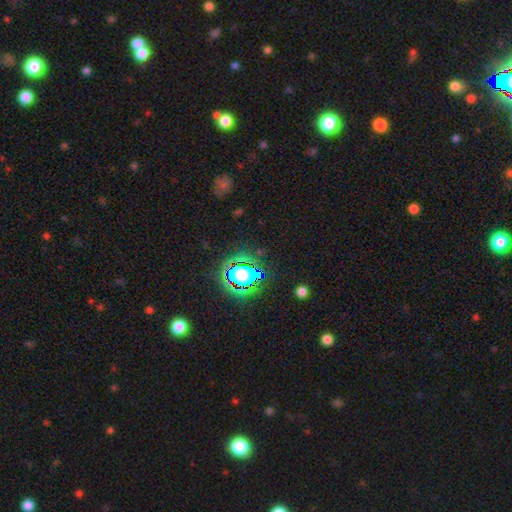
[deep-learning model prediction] Q: Smooth or featured?
A: star or artifact (80%); runner-up: smooth (12%)